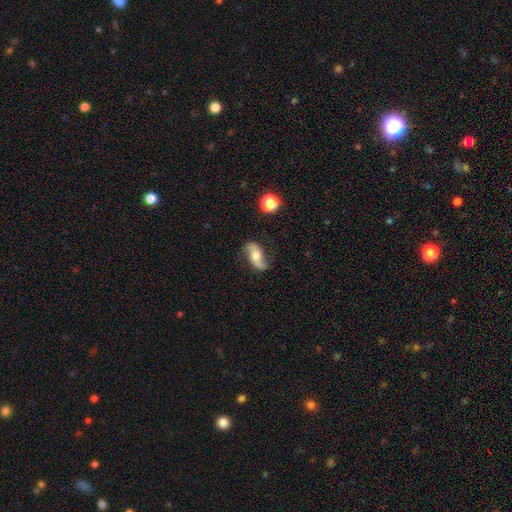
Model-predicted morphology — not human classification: Smooth or featured?
  - featured or disk: 66% *
  - smooth: 26%
  - star or artifact: 8%
Edge-on disk?
  - no: 92% *
  - yes: 8%
Bar?
  - no: 58% *
  - weak: 30%
  - strong: 12%
Spiral arms?
  - yes: 92% *
  - no: 8%
Spiral winding?
  - loose: 77% *
  - medium: 17%
  - tight: 6%
Spiral arm count?
  - 2: 91% *
  - can't tell: 3%
  - 1: 3%
  - 3: 1%
  - 4: 1%
  - more than 4: 1%
Bulge size?
  - moderate: 56% *
  - small: 23%
  - large: 13%
  - none: 6%
  - dominant: 2%
Merging?
  - none: 74% *
  - minor disturbance: 18%
  - major disturbance: 6%
  - merger: 2%